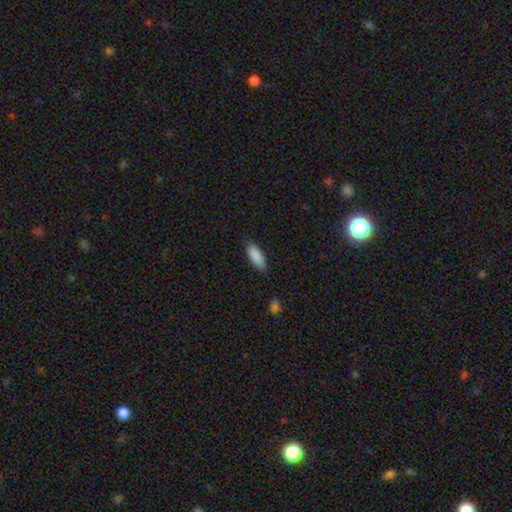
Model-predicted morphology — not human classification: A smooth galaxy with no disk features (89%) that is in between round and cigar-shaped (70%).

Vote fractions:
- Smooth or featured? smooth: 89% / star or artifact: 6% / featured or disk: 5%
- How rounded? in between: 70% / cigar-shaped: 28% / round: 2%
- Merging? none: 83% / minor disturbance: 14% / major disturbance: 3% / merger: 1%